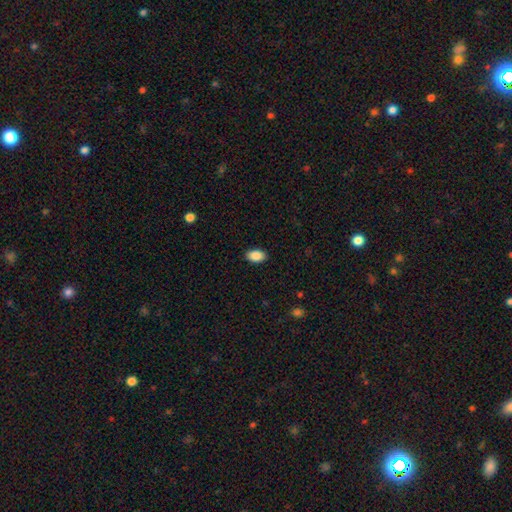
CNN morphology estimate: Smooth or featured? Predicted: smooth (p=0.89). How rounded? Predicted: in between (p=0.91). Merging? Predicted: none (p=0.89).